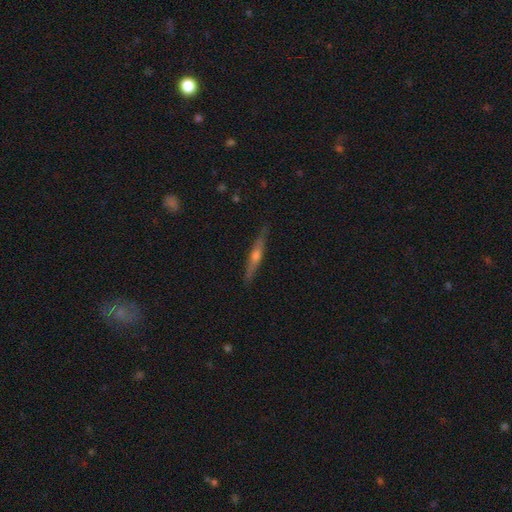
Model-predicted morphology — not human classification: Q: Smooth or featured?
A: featured or disk (74%); runner-up: smooth (20%)
Q: Edge-on disk?
A: yes (97%); runner-up: no (3%)
Q: Edge-on bulge?
A: rounded (89%); runner-up: none (7%)
Q: Merging?
A: none (89%); runner-up: minor disturbance (8%)